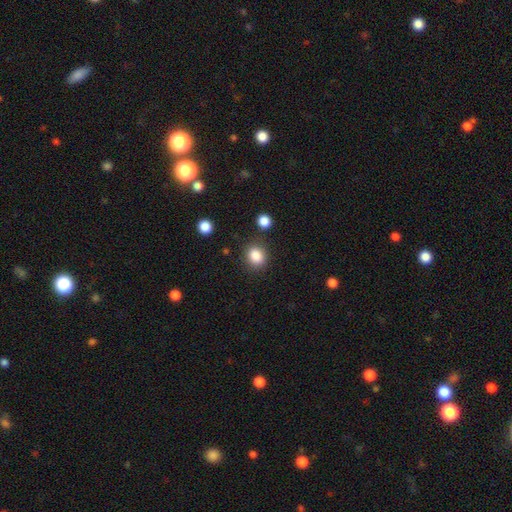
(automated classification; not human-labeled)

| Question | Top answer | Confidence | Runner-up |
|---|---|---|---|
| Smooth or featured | smooth | 86% | star or artifact (10%) |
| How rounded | round | 69% | in between (30%) |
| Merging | none | 82% | minor disturbance (10%) |